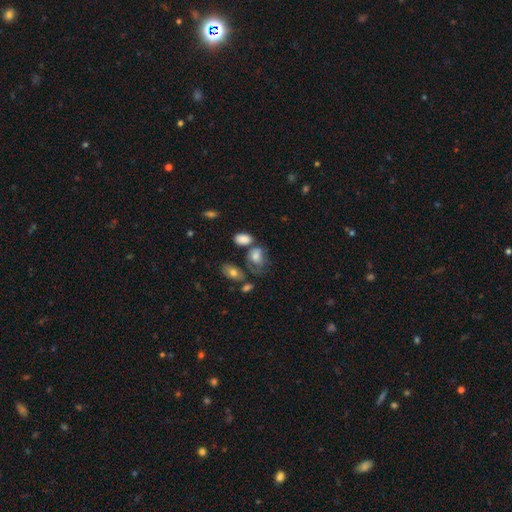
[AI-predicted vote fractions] smooth_or_featured: smooth (p=0.73) [alt: featured or disk p=0.18]
how_rounded: in between (p=0.78) [alt: round p=0.21]
merging: none (p=0.35) [alt: minor disturbance p=0.24]